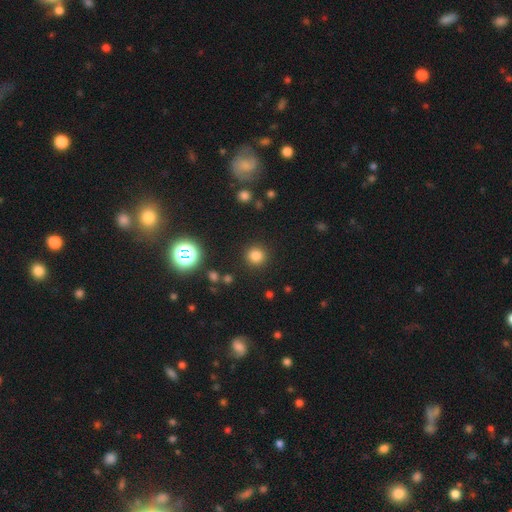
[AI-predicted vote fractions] Morphology: type=smooth (79%); roundness=round (93%); merging=none (89%).